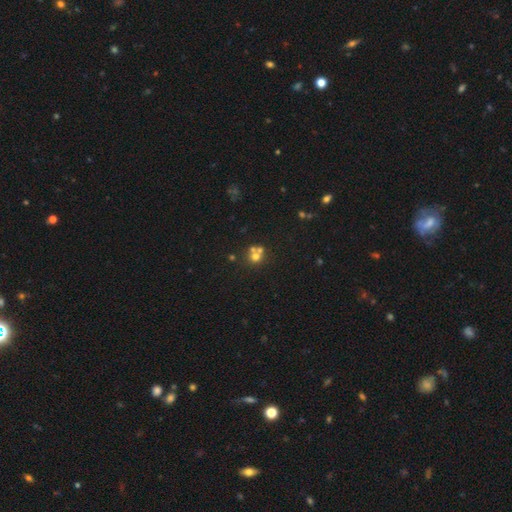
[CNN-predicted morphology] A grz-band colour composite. It shows a smooth galaxy with no disk features (59%) that is round (85%). Merging: none (46%).